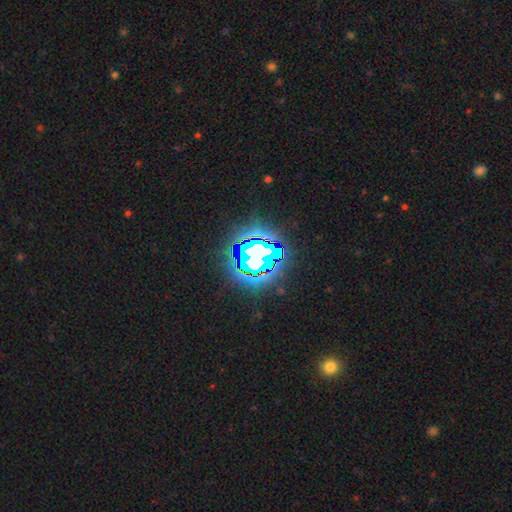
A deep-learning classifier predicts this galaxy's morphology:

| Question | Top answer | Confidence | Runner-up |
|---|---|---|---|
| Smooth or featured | star or artifact | 73% | featured or disk (14%) |